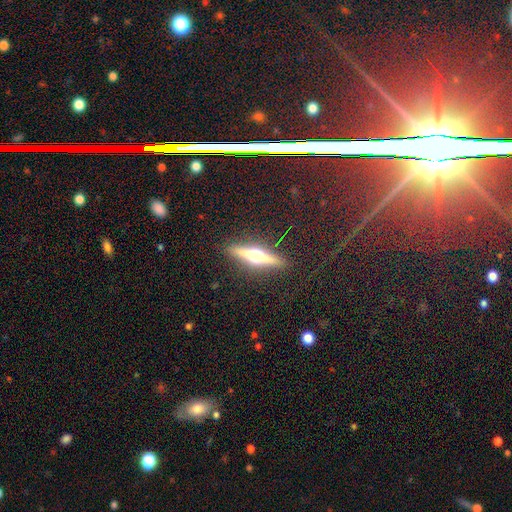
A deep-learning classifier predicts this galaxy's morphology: featured or disk 72%, smooth 21%, star or artifact 7%. Down the decision tree: edge-on disk — yes (97%); edge-on bulge — rounded (94%); merging — none (90%).